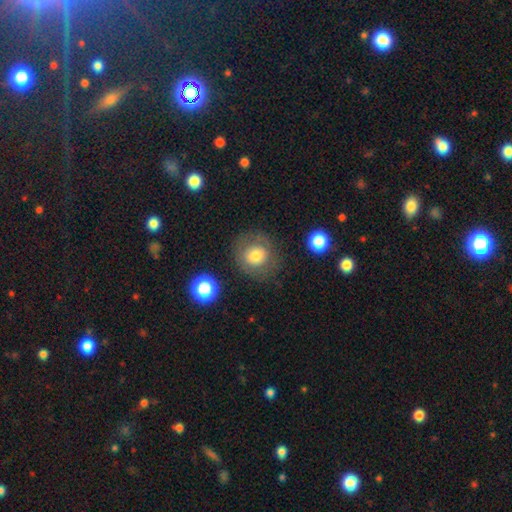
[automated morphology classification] This is likely a smooth galaxy (69%). How rounded: clearly round (87%). Merging: likely none (75%).